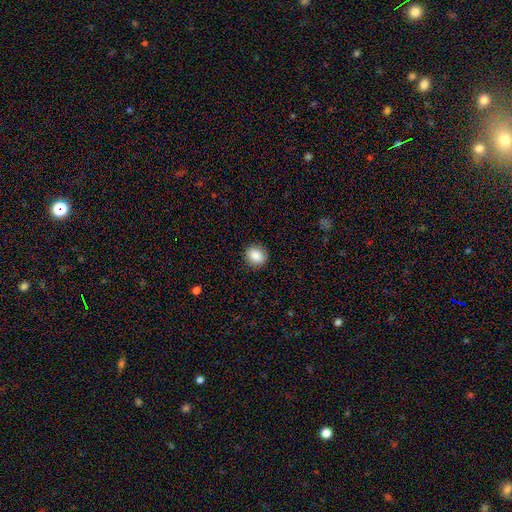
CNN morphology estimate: smooth 87%, star or artifact 8%, featured or disk 5%. Down the decision tree: how rounded — round (75%); merging — none (90%).